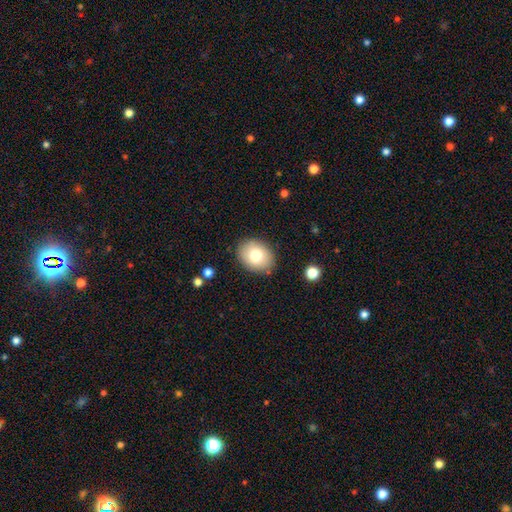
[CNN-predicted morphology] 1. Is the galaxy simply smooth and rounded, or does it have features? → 78% smooth, 13% featured or disk, 8% star or artifact.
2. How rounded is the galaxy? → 62% in between, 37% round, 1% cigar-shaped.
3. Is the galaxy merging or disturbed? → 87% none, 10% minor disturbance, 2% major disturbance, 1% merger.